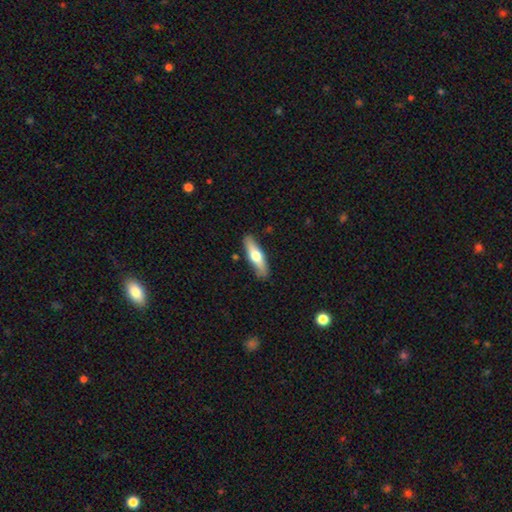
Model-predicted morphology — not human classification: smooth 53%, featured or disk 42%, star or artifact 5%. Down the decision tree: how rounded — cigar-shaped (63%); merging — none (86%).